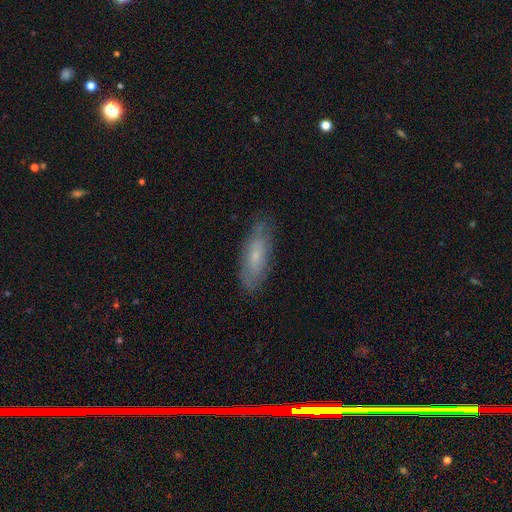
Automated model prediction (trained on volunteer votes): Smooth or featured? Predicted: smooth (p=0.54). How rounded? Predicted: in between (p=0.56). Merging? Predicted: none (p=0.77).